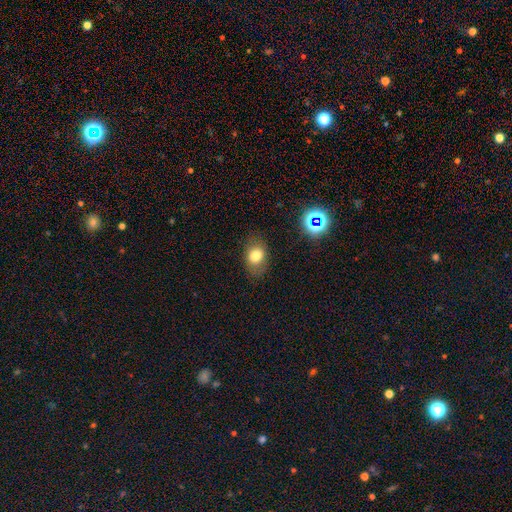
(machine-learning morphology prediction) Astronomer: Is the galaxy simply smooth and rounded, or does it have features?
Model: smooth — 76%.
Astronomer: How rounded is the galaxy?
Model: in between — 71%.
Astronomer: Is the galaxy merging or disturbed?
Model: none — 79%.